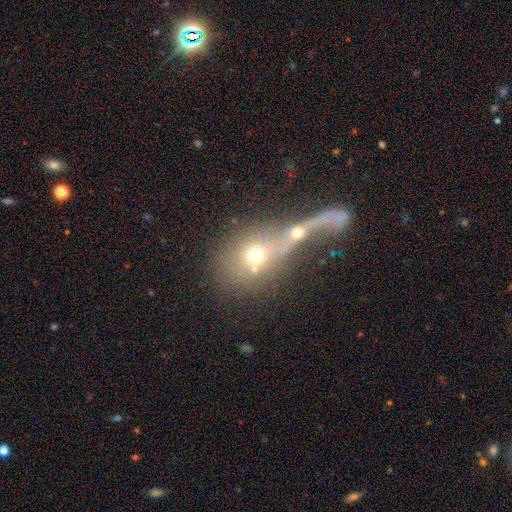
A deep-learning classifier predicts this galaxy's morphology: The model was most divided on "smooth or featured": smooth: 49%, featured or disk: 35%, star or artifact: 15%. More confident: merging — merger (69%).